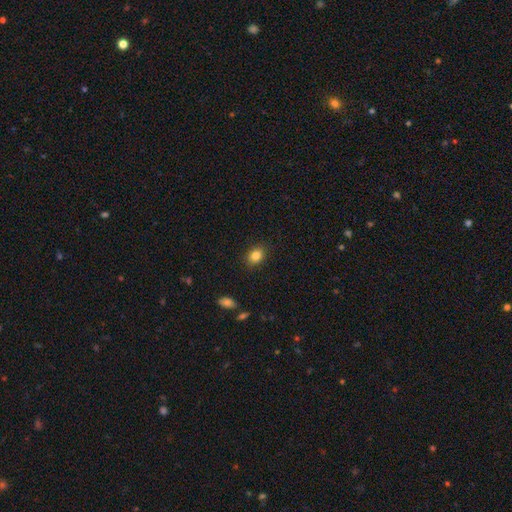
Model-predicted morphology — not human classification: This appears to be a smooth galaxy with no disk features (84%) that is in between round and cigar-shaped (61%). Merging: none (87%).